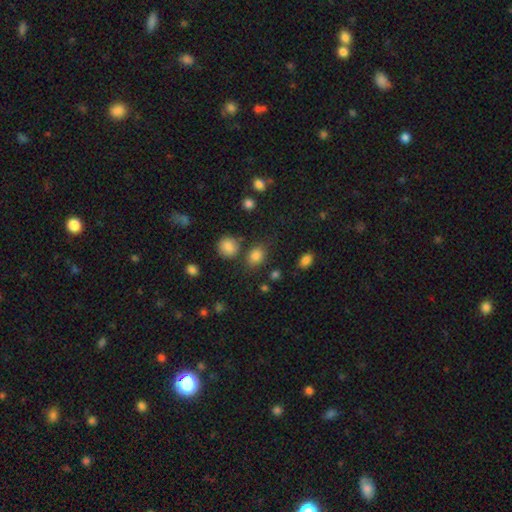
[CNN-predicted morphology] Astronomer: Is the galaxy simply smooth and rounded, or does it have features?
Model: smooth — 82%.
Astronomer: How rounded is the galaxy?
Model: in between — 55% (runner-up: round, 44%).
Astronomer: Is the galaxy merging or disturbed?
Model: none — 73%.